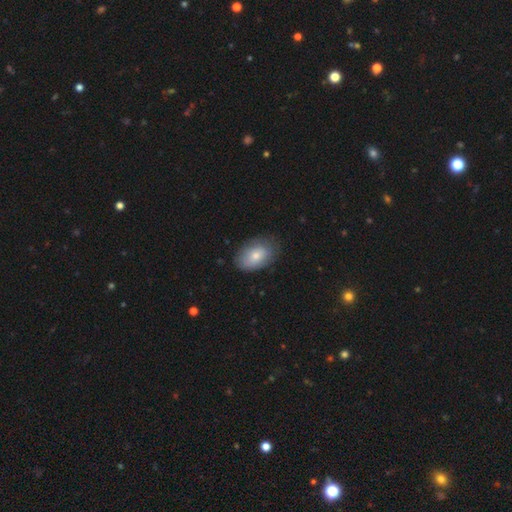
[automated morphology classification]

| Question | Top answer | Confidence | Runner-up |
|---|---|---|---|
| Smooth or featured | smooth | 76% | featured or disk (18%) |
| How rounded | in between | 89% | round (10%) |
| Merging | none | 77% | minor disturbance (18%) |